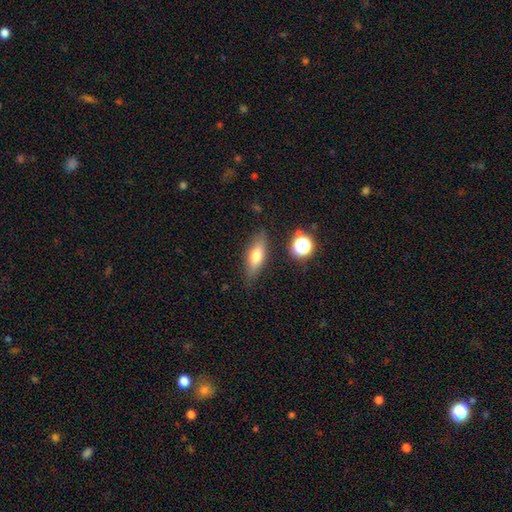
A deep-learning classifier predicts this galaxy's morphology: Smooth or featured: smooth — 66% (featured or disk — 25%)
How rounded: in between — 60% (cigar-shaped — 35%)
Merging: none — 81% (minor disturbance — 13%)